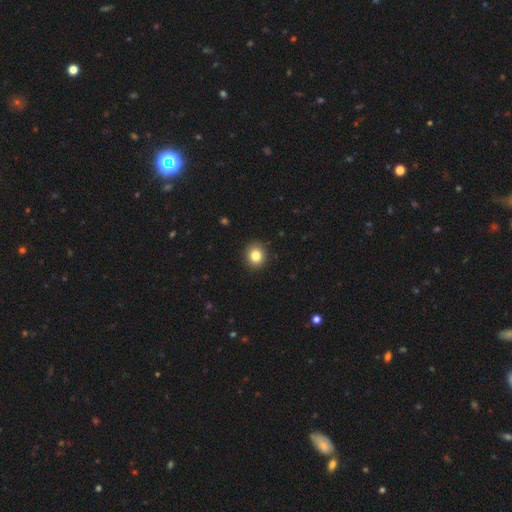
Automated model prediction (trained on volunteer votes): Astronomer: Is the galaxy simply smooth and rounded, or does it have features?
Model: smooth — 83%.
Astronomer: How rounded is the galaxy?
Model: round — 83%.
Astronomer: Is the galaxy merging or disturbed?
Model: none — 92%.